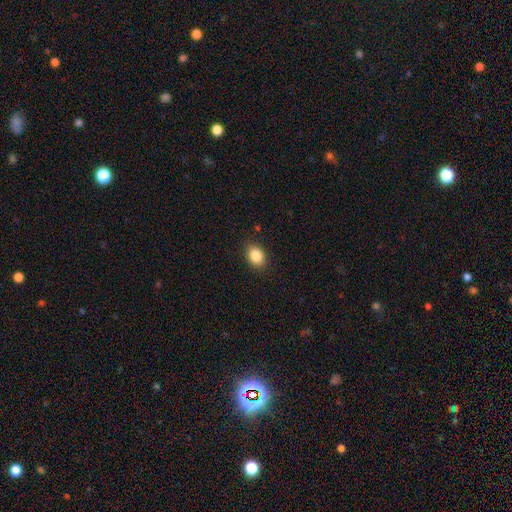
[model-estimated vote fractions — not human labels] Morphology: type=smooth (85%); roundness=in between (64%); merging=none (87%).